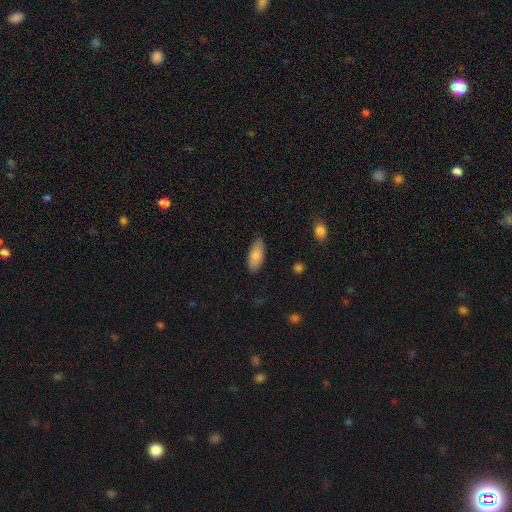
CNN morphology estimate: smooth 85%, featured or disk 9%, star or artifact 6%. Down the decision tree: how rounded — in between (85%); merging — none (83%).